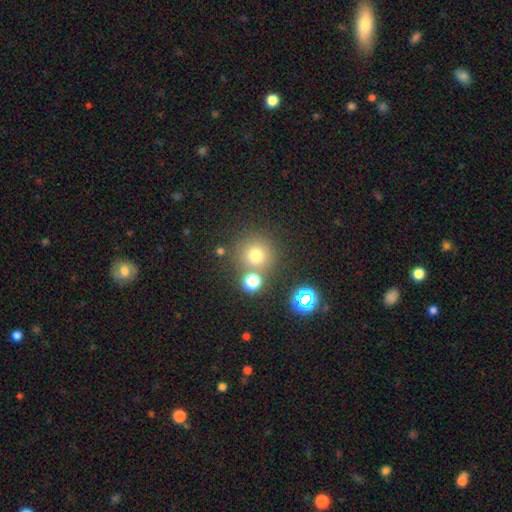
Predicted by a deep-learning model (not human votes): smooth 71%, star or artifact 19%, featured or disk 9%. Down the decision tree: how rounded — round (94%); merging — none (73%).